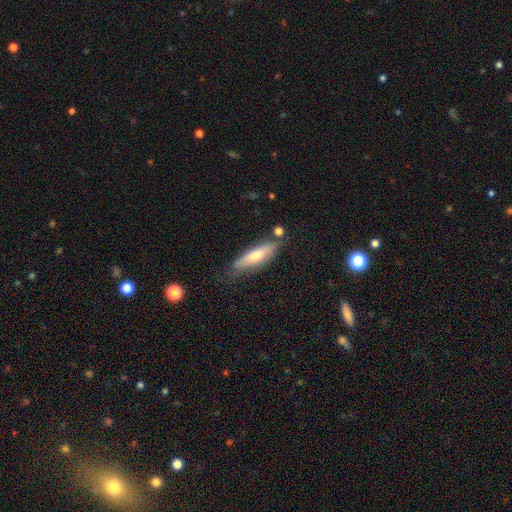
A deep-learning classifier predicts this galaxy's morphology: type=smooth (60%); roundness=cigar-shaped (65%); merging=none (69%).